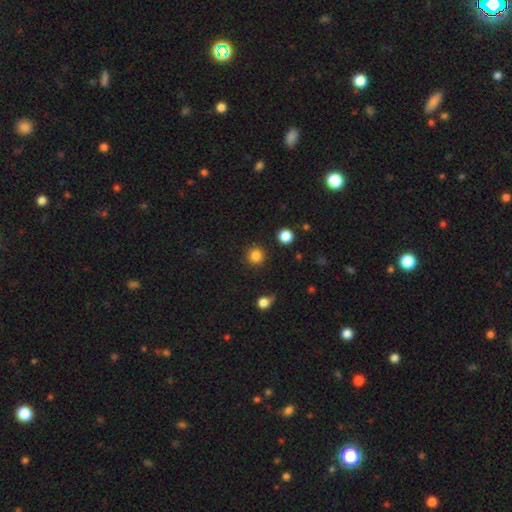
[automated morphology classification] This is clearly a smooth galaxy (85%). How rounded: clearly round (93%). Merging: clearly none (89%).